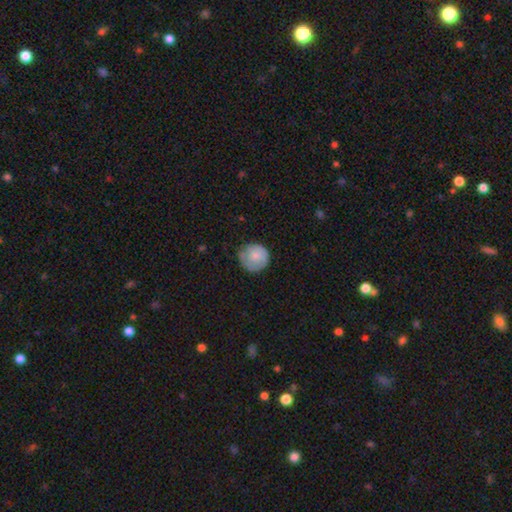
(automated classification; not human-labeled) smooth 75%, featured or disk 18%, star or artifact 7%. Down the decision tree: how rounded — round (91%); merging — none (69%).